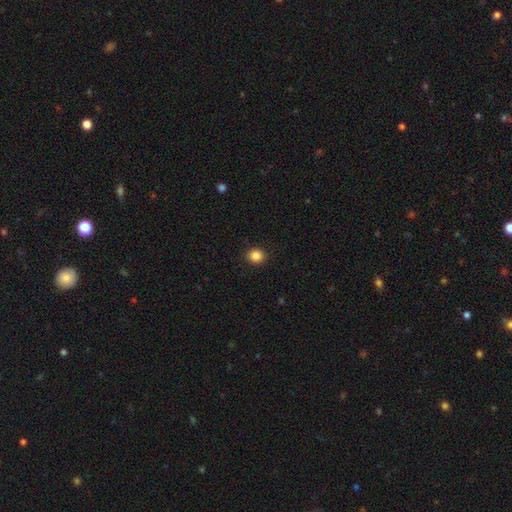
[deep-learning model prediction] The model was most divided on "how rounded": round: 84%, in between: 15%, cigar-shaped: 1%. More confident: merging — none (92%); smooth or featured — smooth (86%).